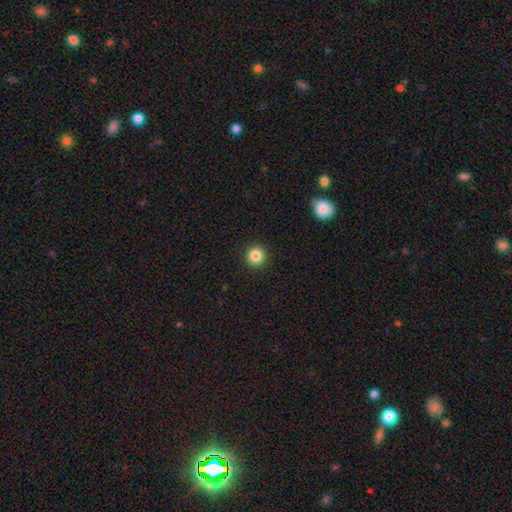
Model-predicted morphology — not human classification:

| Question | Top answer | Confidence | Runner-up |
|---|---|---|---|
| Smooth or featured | smooth | 86% | star or artifact (10%) |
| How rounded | round | 94% | in between (5%) |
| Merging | none | 92% | minor disturbance (5%) |